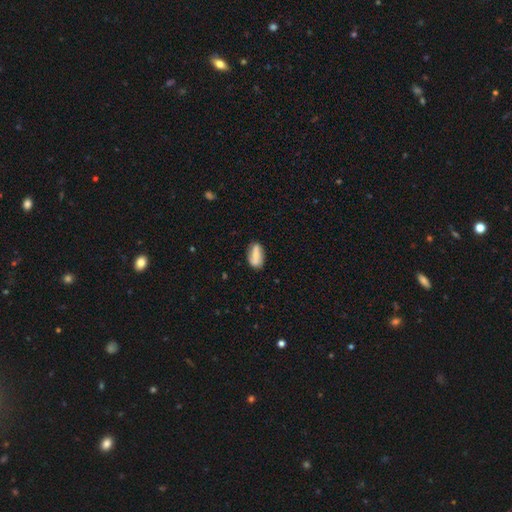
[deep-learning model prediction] The model was most divided on "smooth or featured": smooth: 60%, featured or disk: 32%, star or artifact: 8%. More confident: how rounded — in between (84%); merging — none (75%).